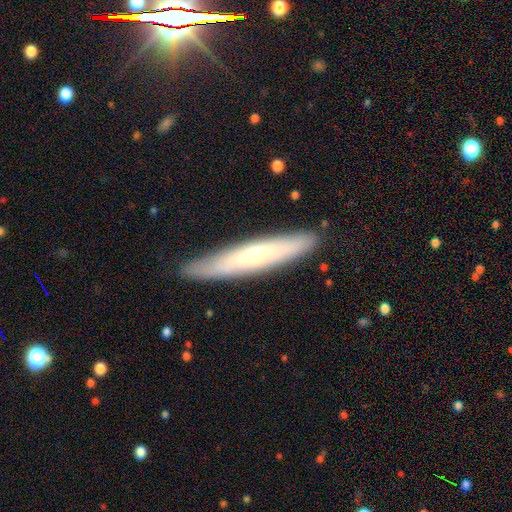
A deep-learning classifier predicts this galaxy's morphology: Smooth or featured?
  - featured or disk: 48% *
  - smooth: 46%
  - star or artifact: 6%
Merging?
  - none: 87% *
  - minor disturbance: 10%
  - major disturbance: 2%
  - merger: 1%